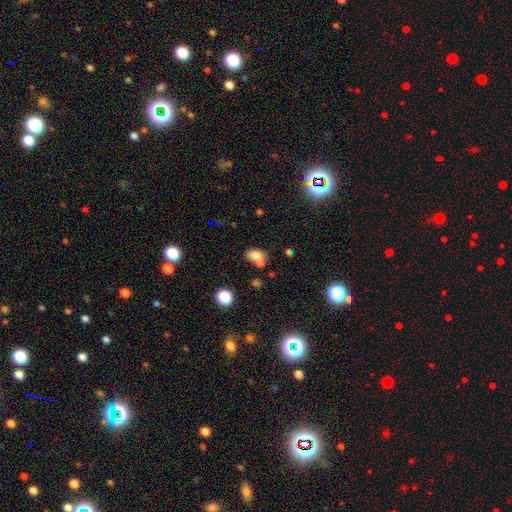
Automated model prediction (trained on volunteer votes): Overall: smooth (75%). How rounded: in between (69%; round 30%). Merging: none (45%; merger 38%).